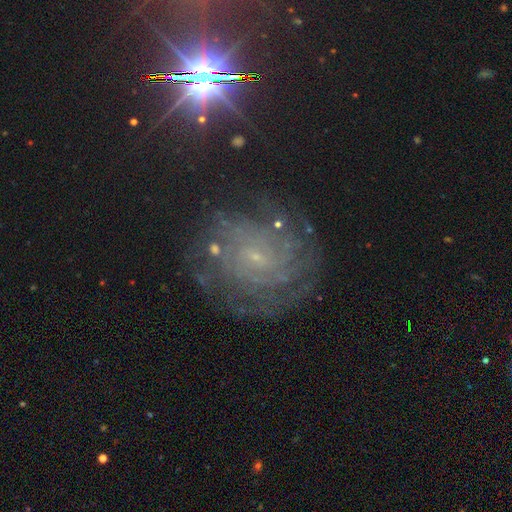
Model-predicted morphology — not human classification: Overall: featured or disk (63%; star or artifact 24%). Edge-on disk: no (96%). Bar: no (61%; weak 32%). Spiral arms: yes (87%). Spiral arm count: can't tell (54%). Spiral winding: tight (68%). Bulge size: small (79%). Merging: none (73%).